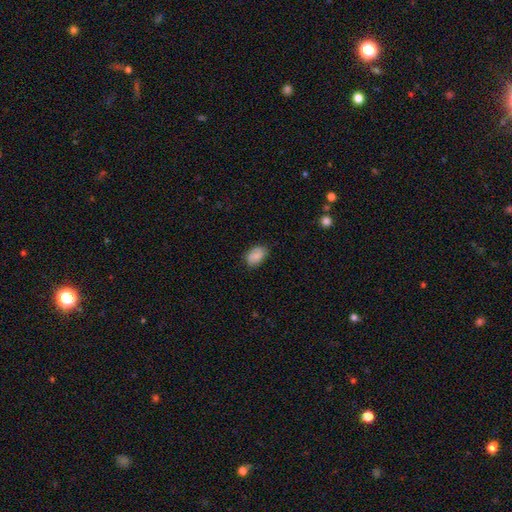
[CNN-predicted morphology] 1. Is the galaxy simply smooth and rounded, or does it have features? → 85% smooth, 8% featured or disk, 7% star or artifact.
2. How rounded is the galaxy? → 87% in between, 12% round, 1% cigar-shaped.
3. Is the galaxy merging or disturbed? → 76% none, 19% minor disturbance, 4% major disturbance, 1% merger.